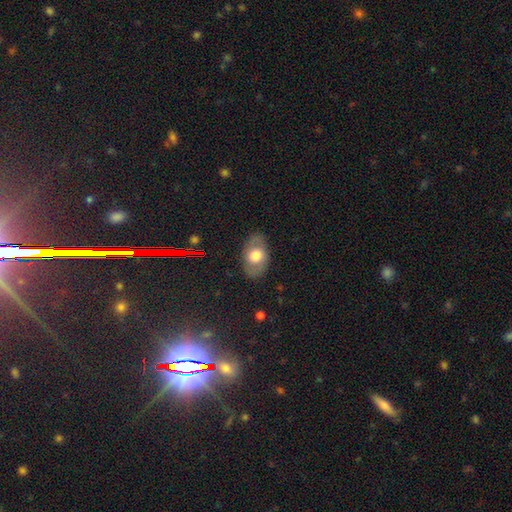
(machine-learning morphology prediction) The model was most divided on "smooth or featured": smooth: 57%, featured or disk: 36%, star or artifact: 7%. More confident: how rounded — in between (85%); merging — none (82%).